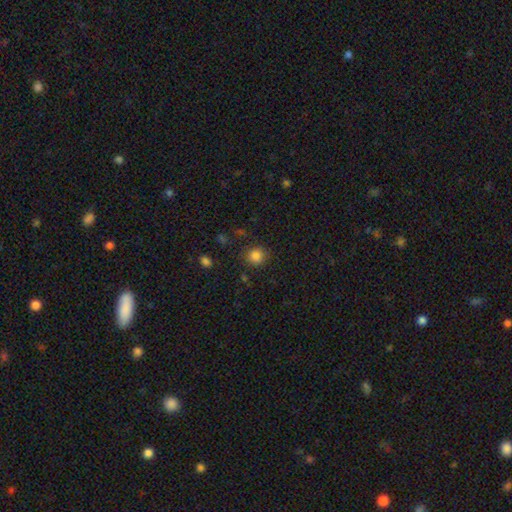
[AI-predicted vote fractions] Smooth or featured?
  - smooth: 84% *
  - star or artifact: 12%
  - featured or disk: 4%
How rounded?
  - round: 90% *
  - in between: 9%
  - cigar-shaped: 1%
Merging?
  - none: 86% *
  - minor disturbance: 9%
  - major disturbance: 3%
  - merger: 2%